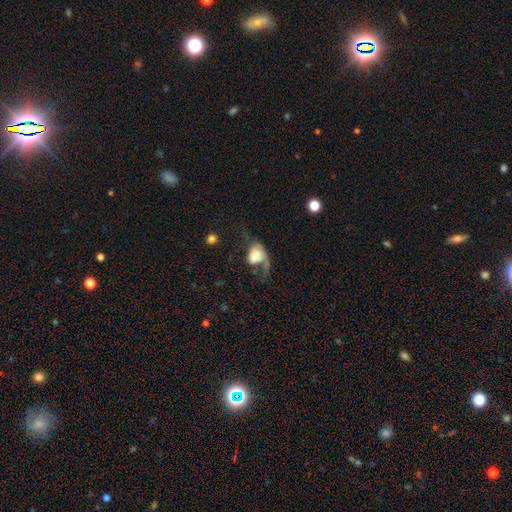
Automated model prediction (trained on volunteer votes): This appears to be a smooth galaxy with no disk features (53%) that is in between round and cigar-shaped (64%). Merging: major disturbance (55%).